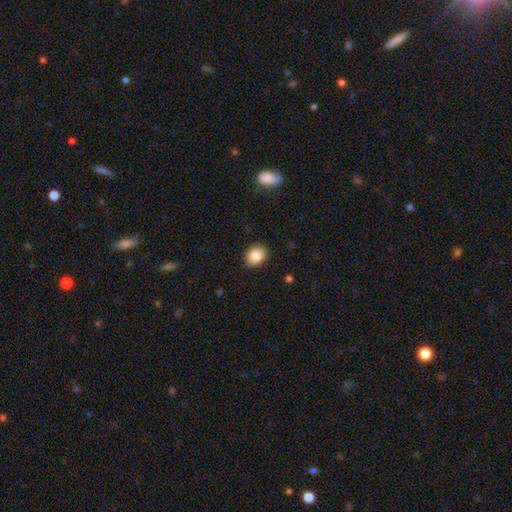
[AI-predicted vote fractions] Q: Smooth or featured?
A: smooth (85%); runner-up: star or artifact (9%)
Q: How rounded?
A: round (61%); runner-up: in between (38%)
Q: Merging?
A: none (89%); runner-up: minor disturbance (8%)